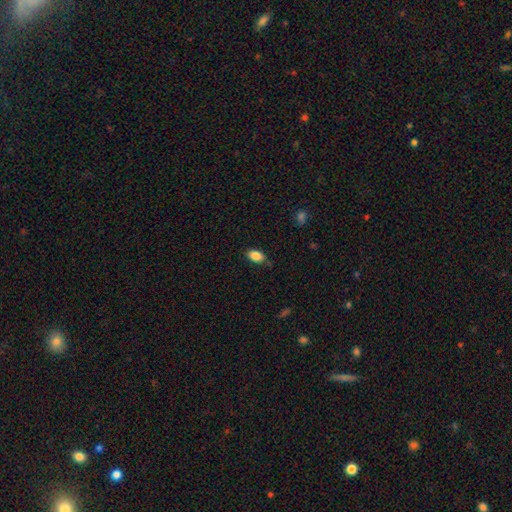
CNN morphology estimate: This appears to be a smooth galaxy with no disk features (87%) that is in between round and cigar-shaped (90%). Merging: none (79%).